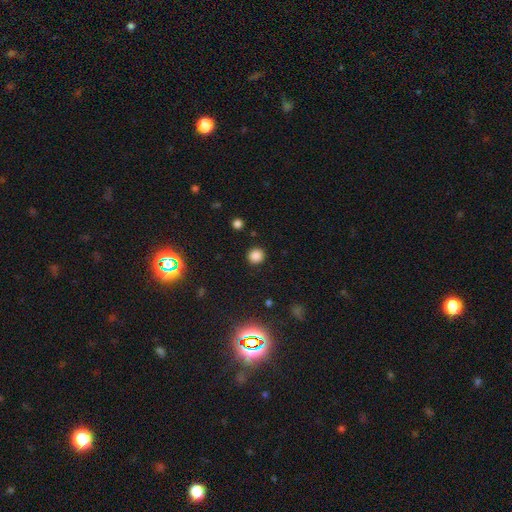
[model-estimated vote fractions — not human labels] A smooth galaxy with no disk features (83%) that is round (91%). Merging: none (90%).